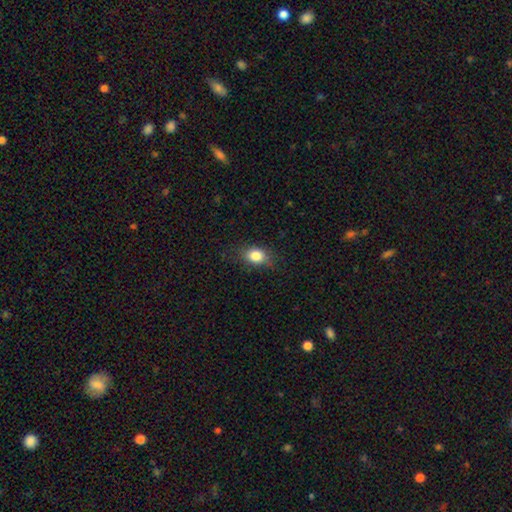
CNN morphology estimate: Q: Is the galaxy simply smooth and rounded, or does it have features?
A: smooth — 83%.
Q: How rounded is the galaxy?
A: in between — 57%.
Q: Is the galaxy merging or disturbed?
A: none — 78%.